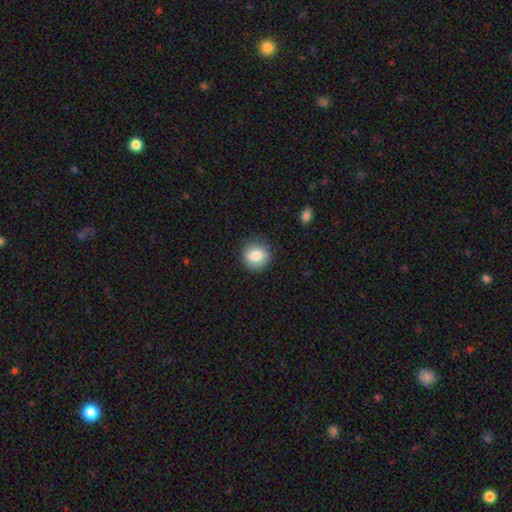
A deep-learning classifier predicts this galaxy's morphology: smooth 83%, featured or disk 10%, star or artifact 8%. Down the decision tree: how rounded — round (86%); merging — none (85%).